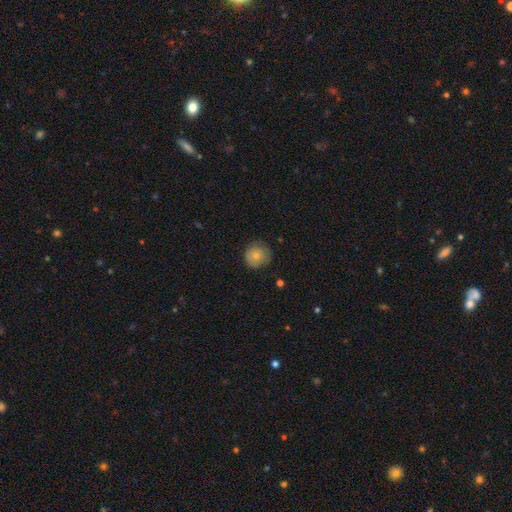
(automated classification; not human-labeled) smooth-or-featured: smooth: 73% | featured or disk: 19% | star or artifact: 8%
  how-rounded: round: 90% | in between: 9% | cigar-shaped: 1%
  merging: none: 73% | minor disturbance: 21% | major disturbance: 5% | merger: 1%